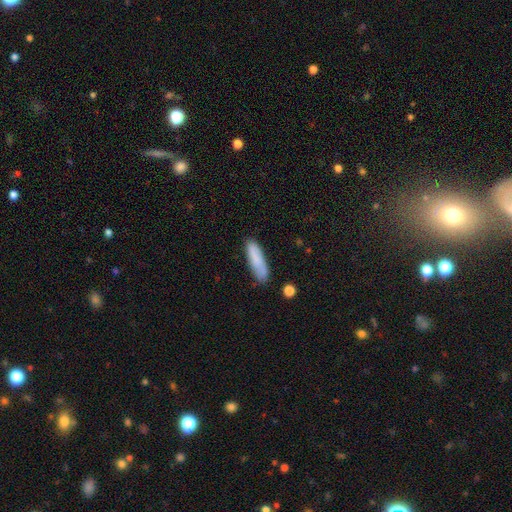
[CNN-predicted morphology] This appears to be a smooth galaxy with no disk features (80%) that is cigar-shaped (71%). Merging: none (80%).